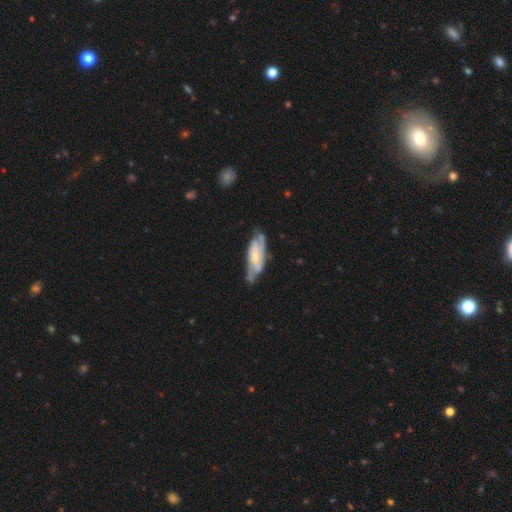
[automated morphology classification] smooth_or_featured: featured or disk (p=0.69) [alt: smooth p=0.25]
disk_edge_on: no (p=0.84) [alt: yes p=0.16]
bar: no (p=0.49) [alt: weak p=0.34]
has_spiral_arms: yes (p=0.88) [alt: no p=0.12]
spiral_winding: medium (p=0.42) [alt: tight p=0.39]
spiral_arm_count: 2 (p=0.62) [alt: can't tell p=0.24]
bulge_size: small (p=0.57) [alt: moderate p=0.28]
merging: none (p=0.63) [alt: minor disturbance p=0.25]